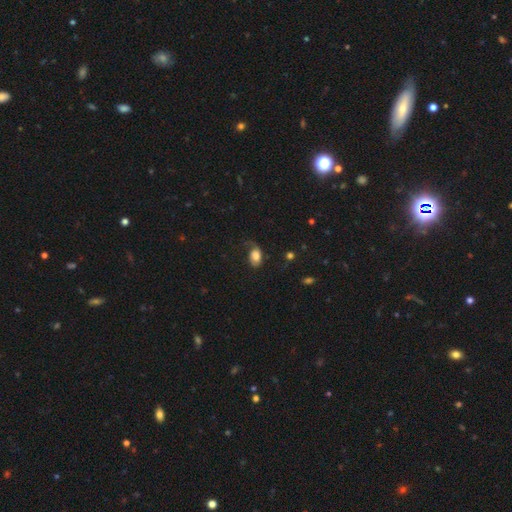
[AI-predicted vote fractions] Smooth or featured? smooth (71%)
How rounded? in between (84%)
Merging? none (43%)